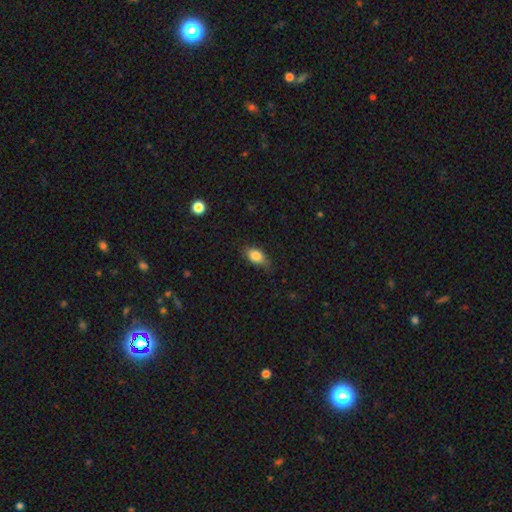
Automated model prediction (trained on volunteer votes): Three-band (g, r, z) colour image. It shows a smooth galaxy with no disk features (84%) that is in between round and cigar-shaped (85%). Merging: none (70%).